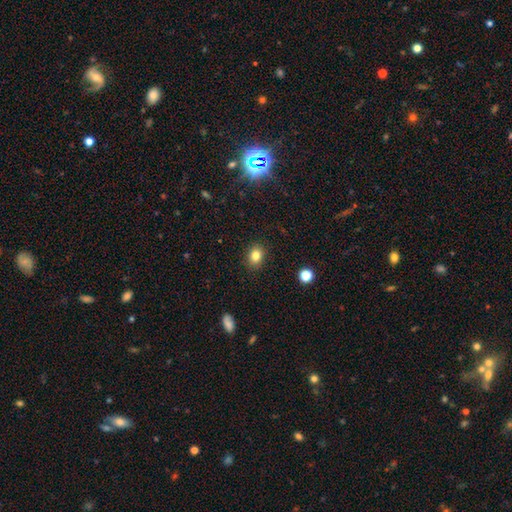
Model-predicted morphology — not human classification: smooth_or_featured: smooth (p=0.82) [alt: star or artifact p=0.11]
how_rounded: round (p=0.53) [alt: in between p=0.46]
merging: none (p=0.89) [alt: minor disturbance p=0.08]